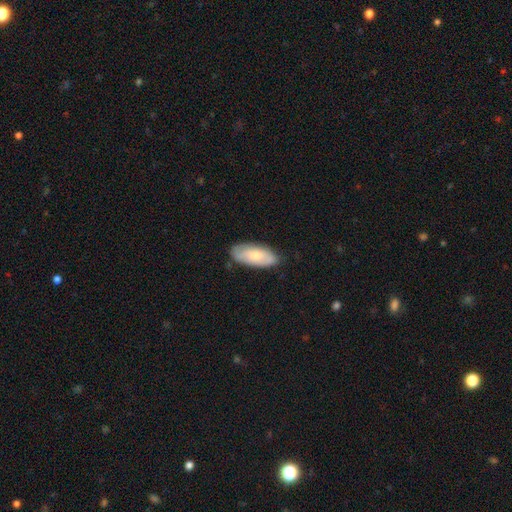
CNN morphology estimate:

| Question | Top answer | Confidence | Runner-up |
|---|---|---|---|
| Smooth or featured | smooth | 70% | featured or disk (25%) |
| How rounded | in between | 88% | cigar-shaped (11%) |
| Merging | none | 79% | minor disturbance (17%) |